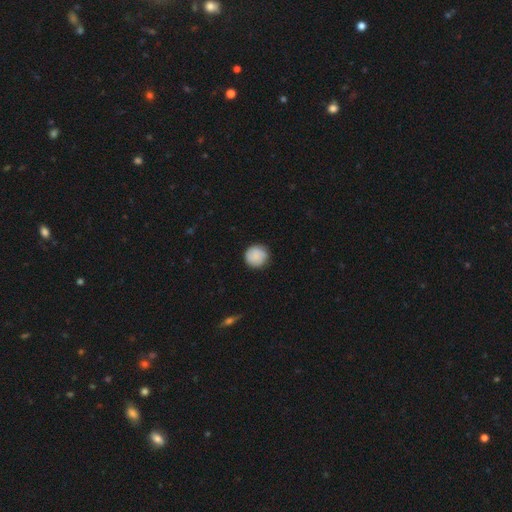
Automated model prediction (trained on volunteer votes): smooth 84%, featured or disk 9%, star or artifact 7%. Down the decision tree: how rounded — round (94%); merging — none (86%).